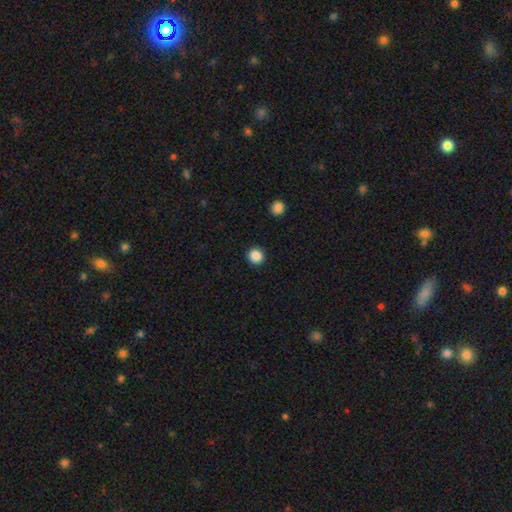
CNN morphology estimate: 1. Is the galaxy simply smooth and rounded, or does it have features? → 88% smooth, 10% star or artifact, 3% featured or disk.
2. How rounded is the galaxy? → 91% round, 8% in between, 1% cigar-shaped.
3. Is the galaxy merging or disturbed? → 92% none, 5% minor disturbance, 2% major disturbance, 1% merger.